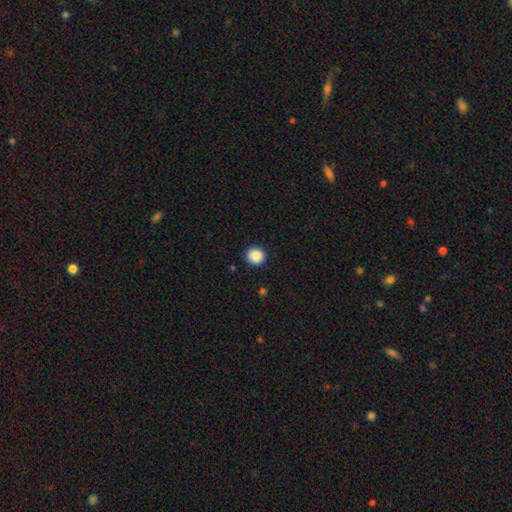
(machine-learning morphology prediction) A smooth galaxy with no disk features (89%) that is round (93%).

Vote fractions:
- Smooth or featured? smooth: 89% / star or artifact: 9% / featured or disk: 2%
- How rounded? round: 93% / in between: 7% / cigar-shaped: 1%
- Merging? none: 91% / minor disturbance: 6% / major disturbance: 2% / merger: 1%